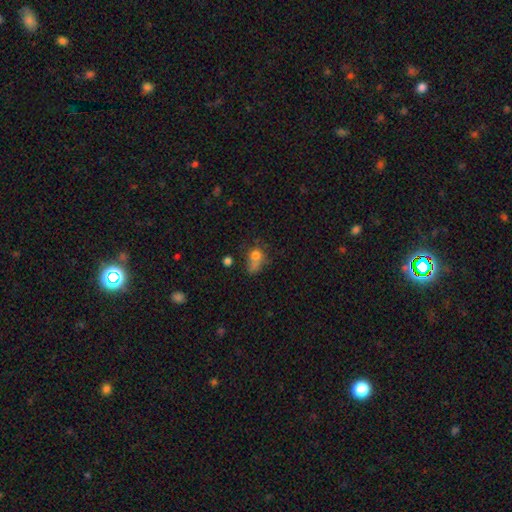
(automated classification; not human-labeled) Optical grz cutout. It shows a smooth galaxy with no disk features (71%) that is round (50%). Merging: none (29%).